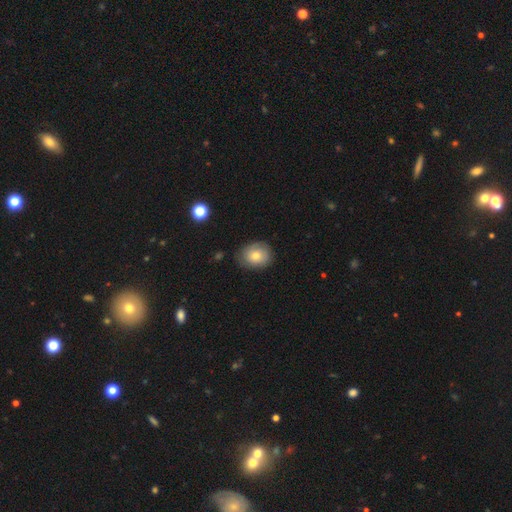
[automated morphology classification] This is likely a smooth galaxy (72%). How rounded: possibly round (54%). Merging: likely none (76%).